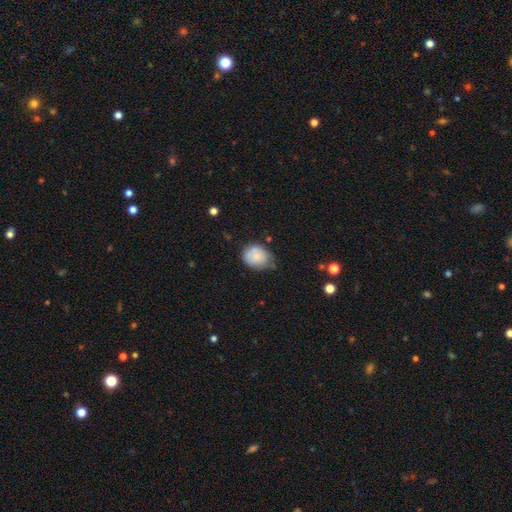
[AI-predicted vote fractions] smooth-or-featured: smooth: 79% | featured or disk: 13% | star or artifact: 8%
  how-rounded: round: 52% | in between: 47% | cigar-shaped: 1%
  merging: none: 49% | minor disturbance: 38% | major disturbance: 8% | merger: 5%